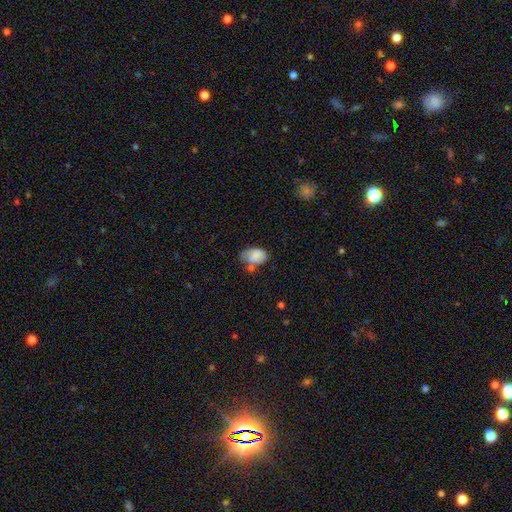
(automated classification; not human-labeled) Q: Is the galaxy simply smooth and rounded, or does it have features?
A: smooth — 74%.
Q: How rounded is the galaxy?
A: in between — 81%.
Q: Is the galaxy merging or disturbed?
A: none — 39%.